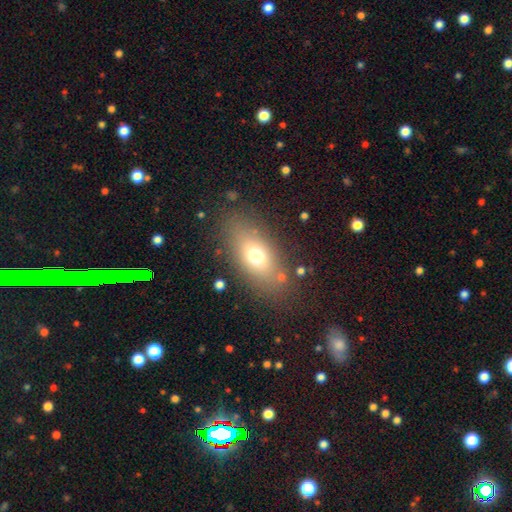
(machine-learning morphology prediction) Q: Smooth or featured?
A: smooth (69%); runner-up: featured or disk (19%)
Q: How rounded?
A: in between (80%); runner-up: round (12%)
Q: Merging?
A: none (79%); runner-up: minor disturbance (12%)